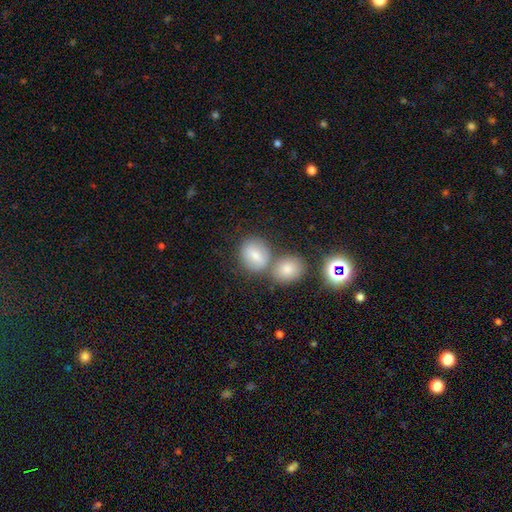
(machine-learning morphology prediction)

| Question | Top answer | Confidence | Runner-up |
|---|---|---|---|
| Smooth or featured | smooth | 68% | star or artifact (16%) |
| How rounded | round | 63% | in between (36%) |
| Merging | none | 54% | merger (33%) |